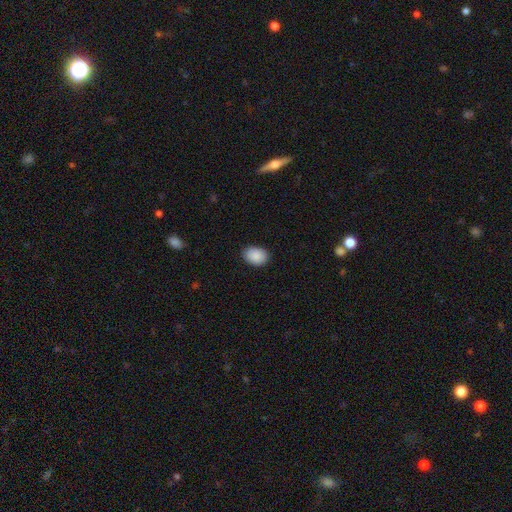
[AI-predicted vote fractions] Smooth or featured? smooth (90%)
How rounded? in between (77%)
Merging? none (87%)